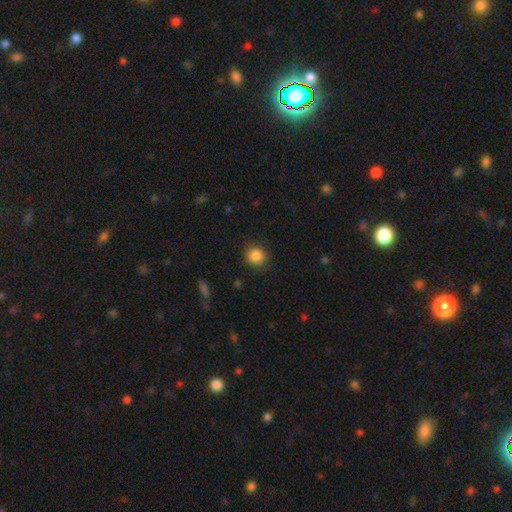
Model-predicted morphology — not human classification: Smooth or featured: smooth — 87% (star or artifact — 10%)
How rounded: round — 91% (in between — 8%)
Merging: none — 87% (minor disturbance — 9%)